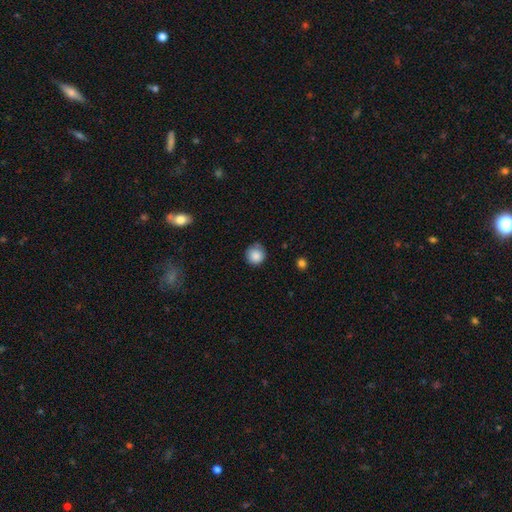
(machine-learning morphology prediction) Smooth or featured: smooth — 86% (star or artifact — 9%)
How rounded: round — 93% (in between — 6%)
Merging: none — 77% (minor disturbance — 18%)